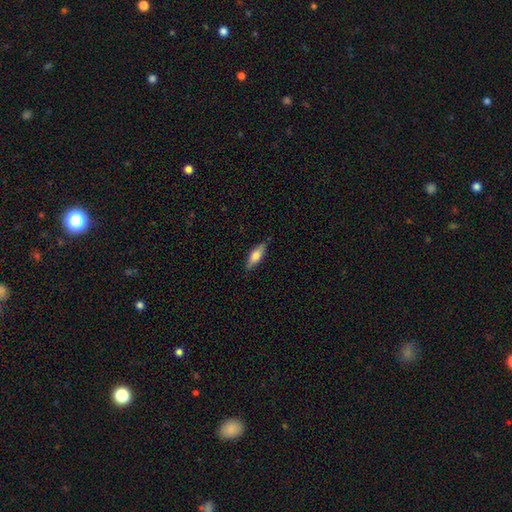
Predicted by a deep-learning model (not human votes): Smooth or featured? smooth (67%)
How rounded? in between (60%)
Merging? none (83%)